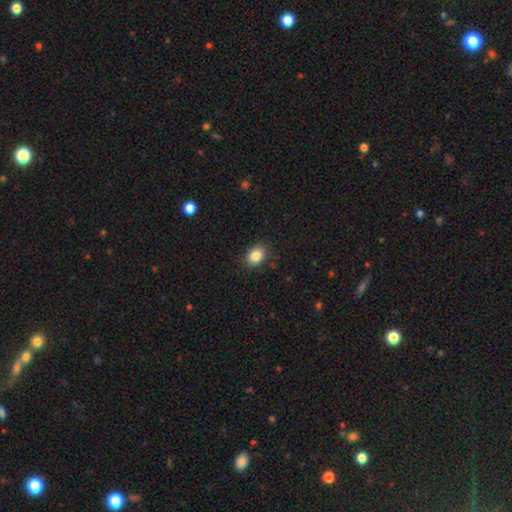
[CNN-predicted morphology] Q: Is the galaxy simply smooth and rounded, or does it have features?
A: smooth — 86%.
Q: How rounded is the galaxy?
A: in between — 70%.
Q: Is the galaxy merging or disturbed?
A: none — 86%.